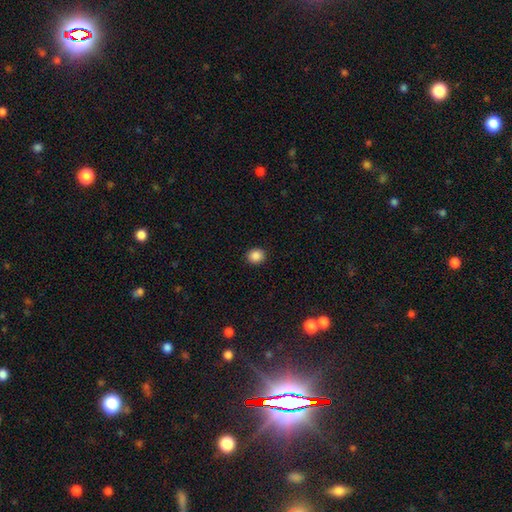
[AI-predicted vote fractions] Overall: smooth (87%). How rounded: round (83%). Merging: none (92%).